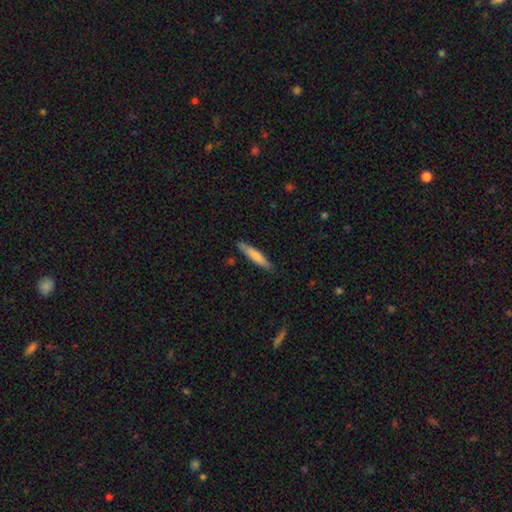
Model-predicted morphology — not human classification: smooth-or-featured: smooth: 74% | featured or disk: 20% | star or artifact: 6%
  how-rounded: cigar-shaped: 87% | in between: 11% | round: 1%
  merging: none: 84% | minor disturbance: 12% | major disturbance: 2% | merger: 2%